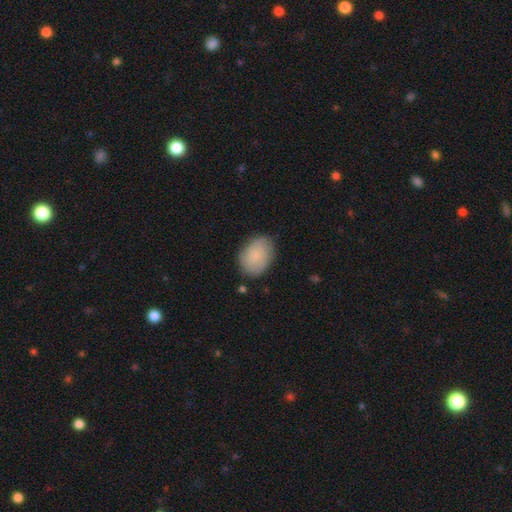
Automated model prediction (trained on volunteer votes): The model was most divided on "how rounded": in between: 75%, round: 24%, cigar-shaped: 1%. More confident: smooth or featured — smooth (80%); merging — none (74%).